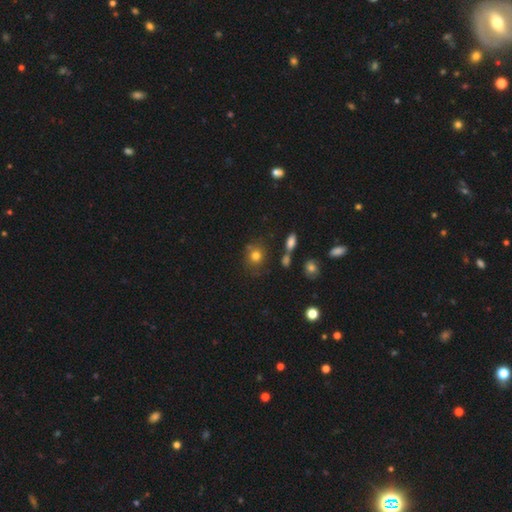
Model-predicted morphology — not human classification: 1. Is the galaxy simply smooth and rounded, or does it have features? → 77% smooth, 13% star or artifact, 10% featured or disk.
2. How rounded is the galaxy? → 78% round, 21% in between, 1% cigar-shaped.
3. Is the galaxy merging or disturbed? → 72% none, 15% minor disturbance, 8% merger, 5% major disturbance.